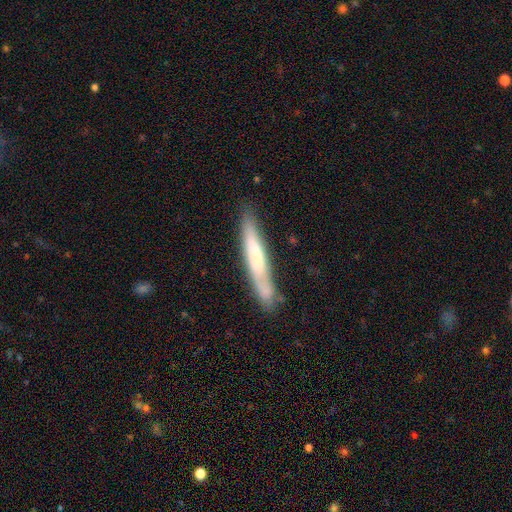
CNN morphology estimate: Smooth or featured? Predicted: smooth (p=0.55). How rounded? Predicted: cigar-shaped (p=0.93). Merging? Predicted: none (p=0.76).